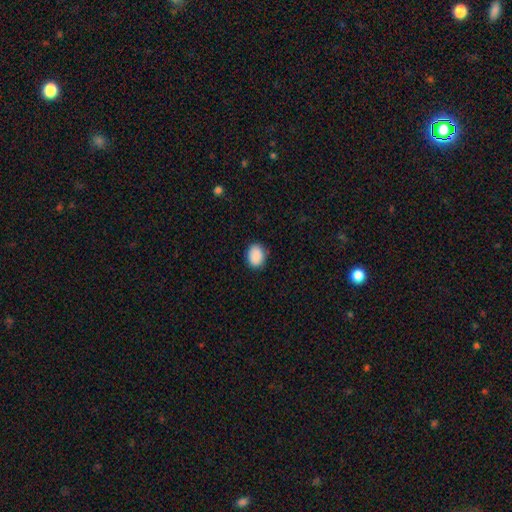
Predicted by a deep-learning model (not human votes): Smooth or featured?
  - smooth: 90% *
  - star or artifact: 8%
  - featured or disk: 3%
How rounded?
  - in between: 61% *
  - round: 38%
  - cigar-shaped: 1%
Merging?
  - none: 86% *
  - minor disturbance: 11%
  - major disturbance: 2%
  - merger: 1%